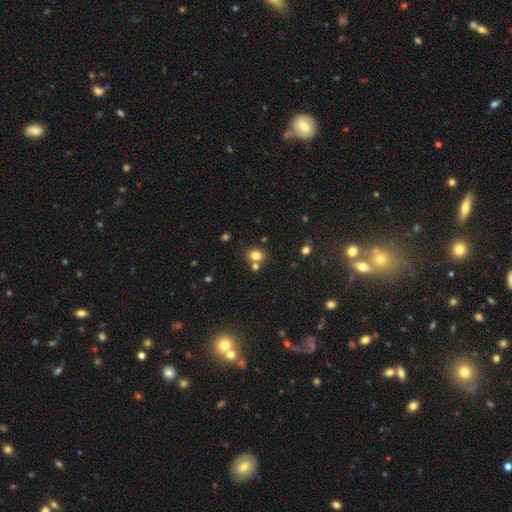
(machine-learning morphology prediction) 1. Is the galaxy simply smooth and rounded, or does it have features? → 79% smooth, 13% star or artifact, 7% featured or disk.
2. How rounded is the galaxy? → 58% round, 41% in between, 1% cigar-shaped.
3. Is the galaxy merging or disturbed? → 65% none, 22% merger, 10% minor disturbance, 3% major disturbance.